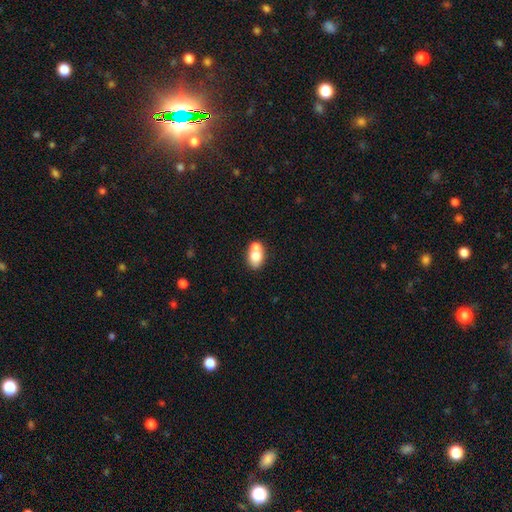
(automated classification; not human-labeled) The model was most divided on "merging": merger: 56%, none: 32%, minor disturbance: 9%, major disturbance: 3%. More confident: smooth or featured — smooth (74%); how rounded — in between (68%).